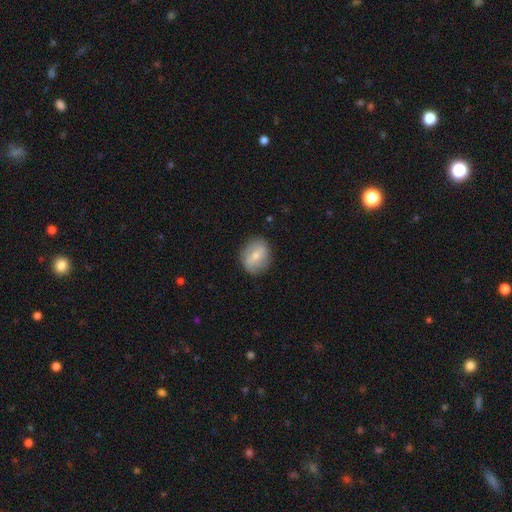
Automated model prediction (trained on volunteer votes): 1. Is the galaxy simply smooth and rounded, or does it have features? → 56% smooth, 37% featured or disk, 7% star or artifact.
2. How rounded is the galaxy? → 56% round, 42% in between, 1% cigar-shaped.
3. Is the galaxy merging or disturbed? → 81% none, 14% minor disturbance, 4% major disturbance, 1% merger.